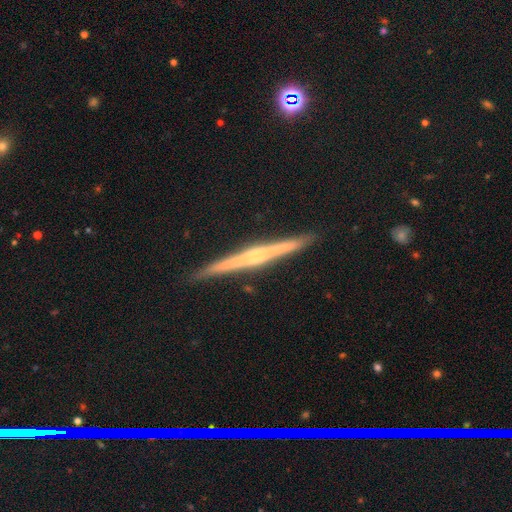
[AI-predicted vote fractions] smooth-or-featured: featured or disk: 79% | smooth: 15% | star or artifact: 6%
  disk-edge-on: yes: 99% | no: 1%
    edge-on-bulge: rounded: 62% | none: 23% | boxy: 15%
  merging: none: 92% | minor disturbance: 6% | major disturbance: 1% | merger: 1%